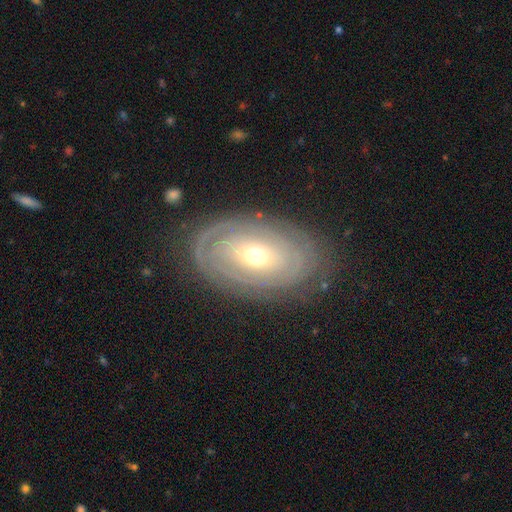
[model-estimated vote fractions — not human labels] featured or disk 76%, smooth 18%, star or artifact 6%. Down the decision tree: edge-on disk — no (93%); bar — no (75%); spiral arms — yes (72%); spiral arm count — can't tell (50%); spiral winding — tight (82%); bulge size — moderate (54%); merging — none (81%).